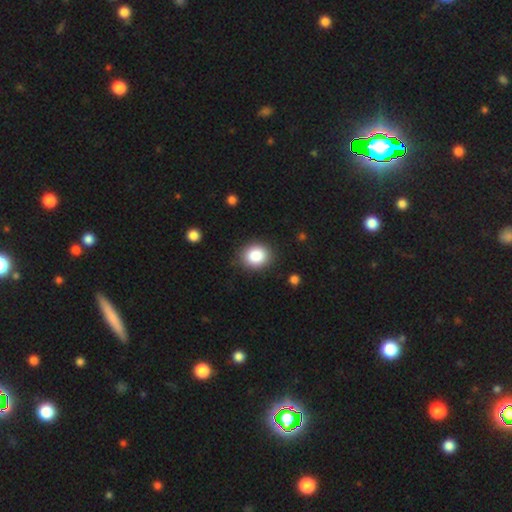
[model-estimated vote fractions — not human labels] This appears to be a smooth galaxy with no disk features (86%) that is round (72%). Merging: none (88%).